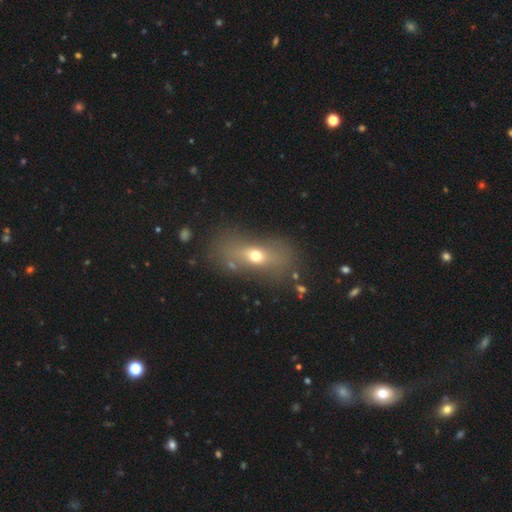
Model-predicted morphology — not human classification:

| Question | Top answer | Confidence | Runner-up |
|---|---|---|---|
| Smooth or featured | smooth | 57% | featured or disk (28%) |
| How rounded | in between | 66% | round (18%) |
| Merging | none | 67% | minor disturbance (17%) |